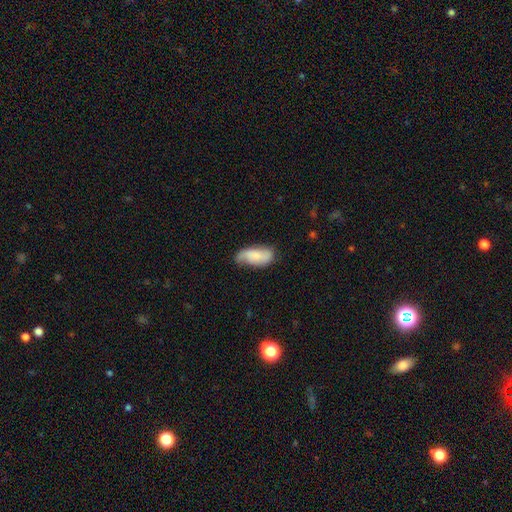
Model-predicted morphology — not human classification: Q: Smooth or featured?
A: smooth (57%); runner-up: featured or disk (36%)
Q: How rounded?
A: in between (91%); runner-up: cigar-shaped (7%)
Q: Merging?
A: none (53%); runner-up: minor disturbance (34%)